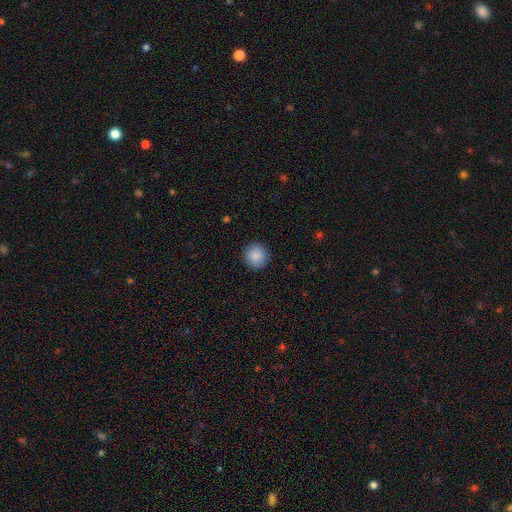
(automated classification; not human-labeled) smooth_or_featured: smooth (p=0.89) [alt: star or artifact p=0.08]
how_rounded: round (p=0.94) [alt: in between p=0.05]
merging: none (p=0.91) [alt: minor disturbance p=0.06]